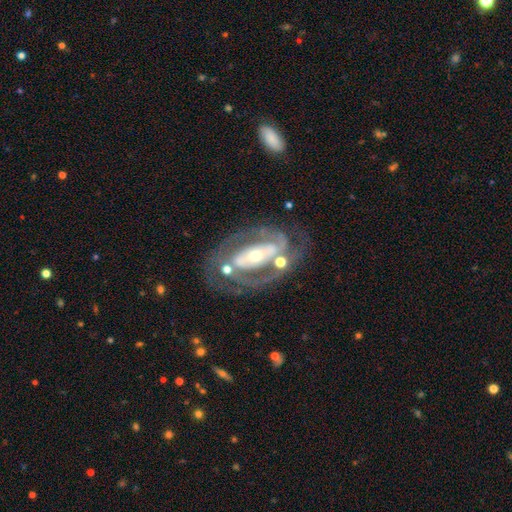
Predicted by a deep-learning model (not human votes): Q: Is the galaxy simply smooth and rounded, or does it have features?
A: featured or disk — 85%.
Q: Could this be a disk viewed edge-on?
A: no — 93%.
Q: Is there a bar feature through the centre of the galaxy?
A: strong — 45%.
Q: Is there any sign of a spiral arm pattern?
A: yes — 83%.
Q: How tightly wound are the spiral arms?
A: tight — 54%.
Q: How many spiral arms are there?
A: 2 — 68%.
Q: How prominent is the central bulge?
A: small — 52%.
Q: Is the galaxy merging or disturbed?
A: none — 69%.